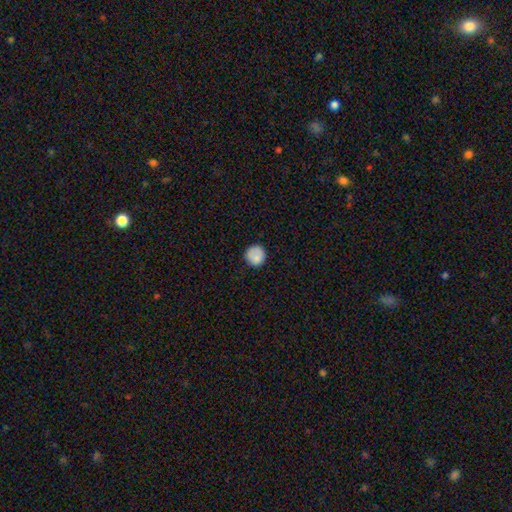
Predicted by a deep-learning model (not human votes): smooth-or-featured: smooth: 83% | featured or disk: 9% | star or artifact: 8%
  how-rounded: round: 91% | in between: 8% | cigar-shaped: 1%
  merging: none: 81% | minor disturbance: 14% | major disturbance: 4% | merger: 1%